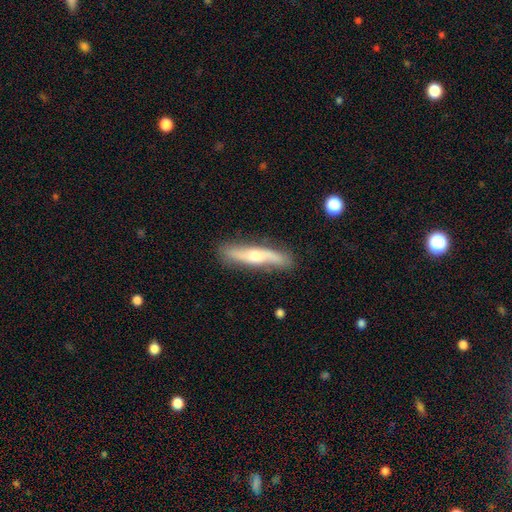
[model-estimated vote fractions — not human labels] Smooth or featured: featured or disk — 58% (smooth — 35%)
Edge-on disk: yes — 77% (no — 23%)
Merging: none — 84% (minor disturbance — 12%)